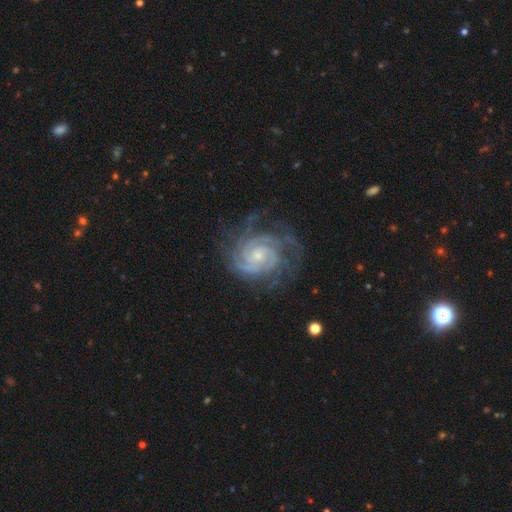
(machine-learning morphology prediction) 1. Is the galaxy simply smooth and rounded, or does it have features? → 87% featured or disk, 8% star or artifact, 6% smooth.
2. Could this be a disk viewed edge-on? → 98% no, 2% yes.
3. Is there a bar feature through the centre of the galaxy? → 64% no, 28% weak, 7% strong.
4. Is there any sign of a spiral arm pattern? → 97% yes, 3% no.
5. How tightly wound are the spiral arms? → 67% tight, 28% medium, 5% loose.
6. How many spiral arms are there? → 25% 2, 24% can't tell, 24% 3, 13% 4, 7% more than 4, 7% 1.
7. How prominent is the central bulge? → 61% small, 33% moderate, 2% none, 2% large, 1% dominant.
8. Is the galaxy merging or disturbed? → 73% none, 16% minor disturbance, 10% major disturbance, 1% merger.